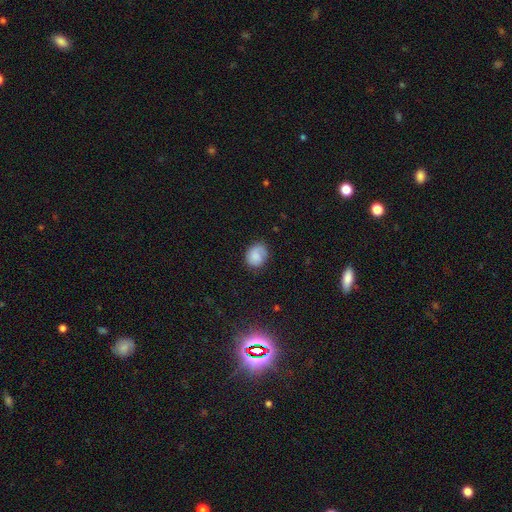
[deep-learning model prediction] This appears to be a smooth galaxy with no disk features (69%) that is round (53%). Merging: none (66%).